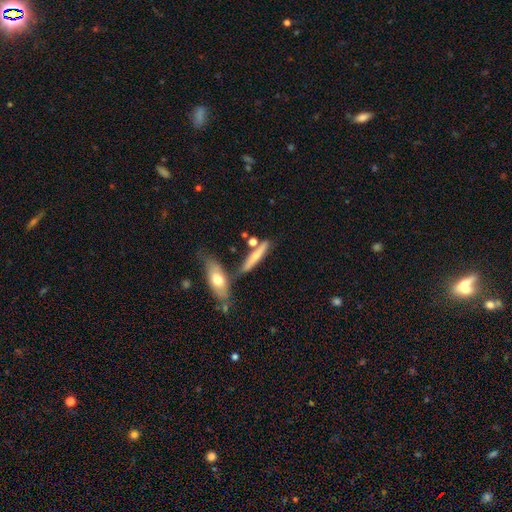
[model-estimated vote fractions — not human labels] Q: Smooth or featured?
A: smooth (57%); runner-up: featured or disk (36%)
Q: How rounded?
A: cigar-shaped (82%); runner-up: in between (15%)
Q: Merging?
A: none (63%); runner-up: merger (18%)